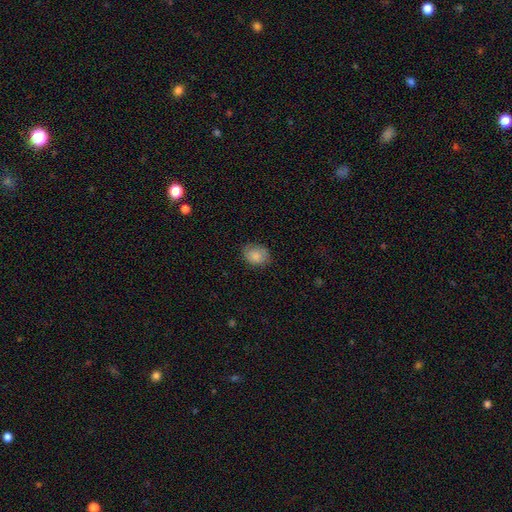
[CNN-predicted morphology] A smooth galaxy with no disk features (83%) that is in between round and cigar-shaped (60%).

Vote fractions:
- Smooth or featured? smooth: 83% / featured or disk: 10% / star or artifact: 8%
- How rounded? in between: 60% / round: 40% / cigar-shaped: 1%
- Merging? none: 76% / minor disturbance: 18% / major disturbance: 4% / merger: 1%